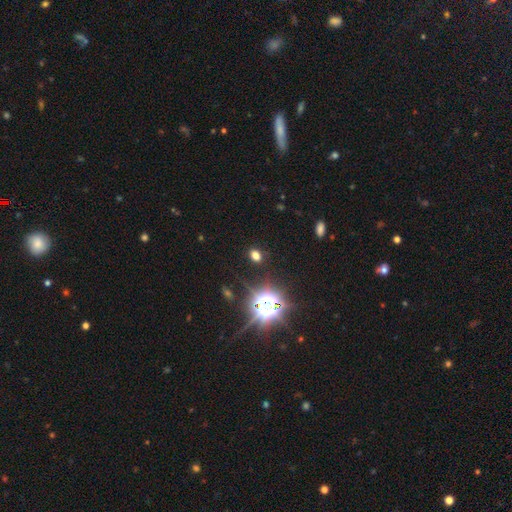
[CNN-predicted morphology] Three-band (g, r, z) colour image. It shows a smooth galaxy with no disk features (59%) that is in between round and cigar-shaped (66%). Merging: none (86%).